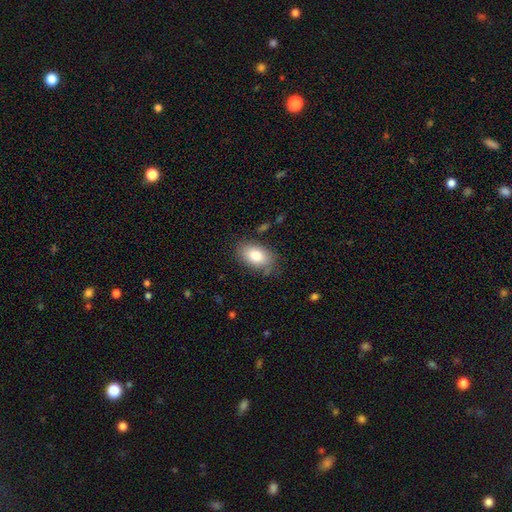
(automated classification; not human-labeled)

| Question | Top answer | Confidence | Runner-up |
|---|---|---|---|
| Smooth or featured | smooth | 81% | featured or disk (11%) |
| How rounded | in between | 90% | round (9%) |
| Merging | none | 77% | minor disturbance (17%) |